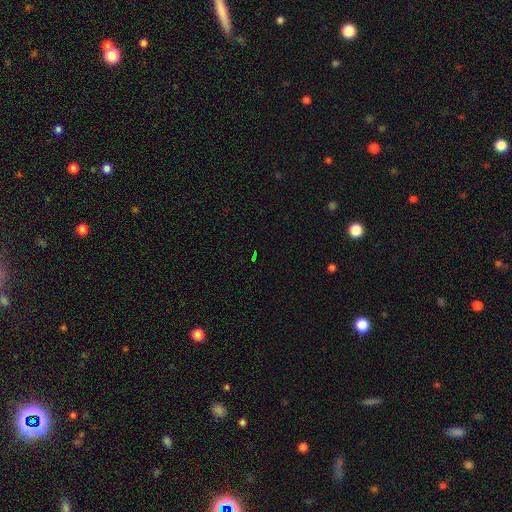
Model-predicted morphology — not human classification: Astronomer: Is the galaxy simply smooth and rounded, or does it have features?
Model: star or artifact — 72%.